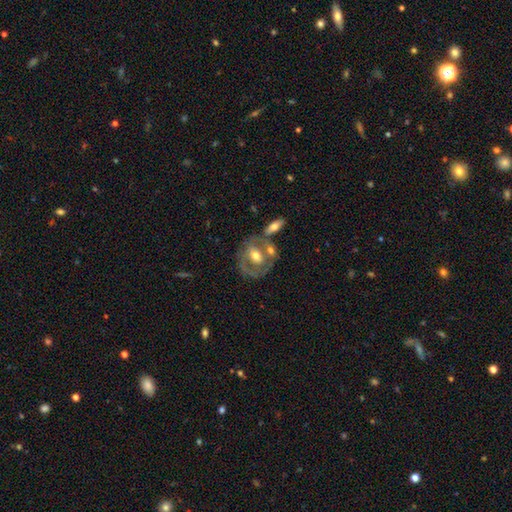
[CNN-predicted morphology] type=featured or disk (63%); edge-on=no (93%); bar=no (59%); spiral arms=no (60%); bulge=moderate (70%); merging=none (50%).